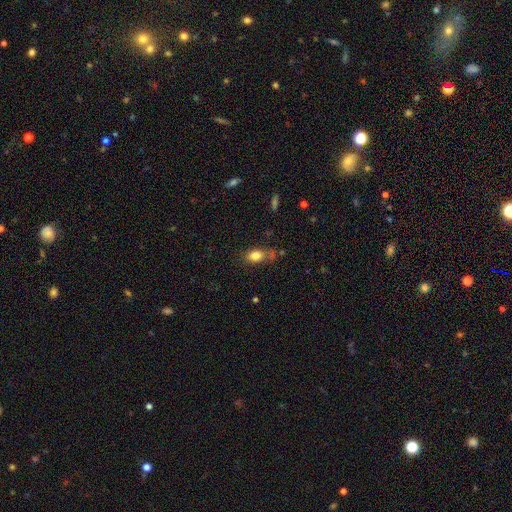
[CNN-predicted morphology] A smooth galaxy with no disk features (81%) that is in between round and cigar-shaped (77%). Merging: none (60%).